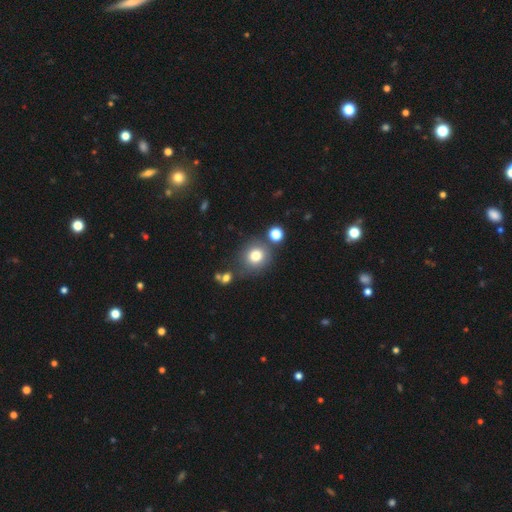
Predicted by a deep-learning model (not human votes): A smooth galaxy with no disk features (79%) that is round (83%). Merging: none (72%).